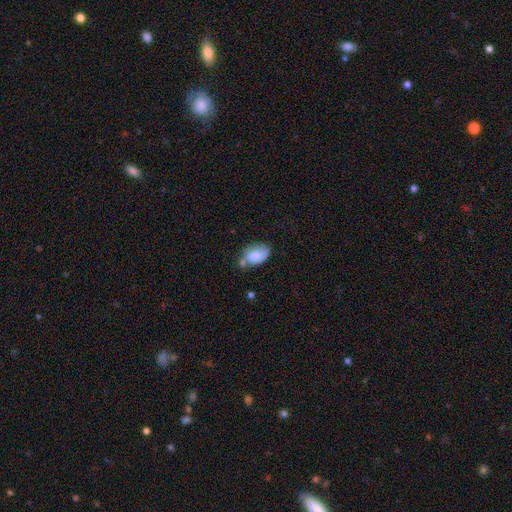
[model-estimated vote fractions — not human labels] This appears to be a smooth galaxy with no disk features (74%) that is in between round and cigar-shaped (84%). Merging: none (45%).